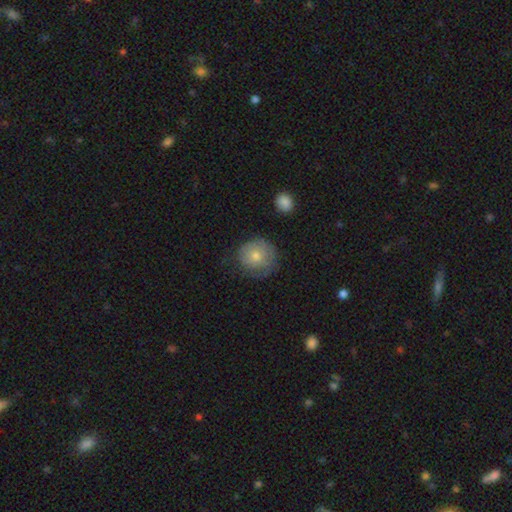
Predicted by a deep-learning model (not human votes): The model was most divided on "merging": none: 65%, minor disturbance: 24%, major disturbance: 9%, merger: 1%. More confident: how rounded — round (87%); smooth or featured — smooth (68%).